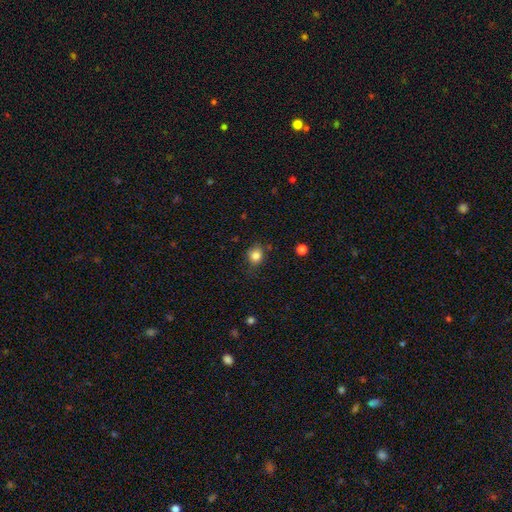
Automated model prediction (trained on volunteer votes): A smooth galaxy with no disk features (83%) that is round (69%). Merging: none (72%).